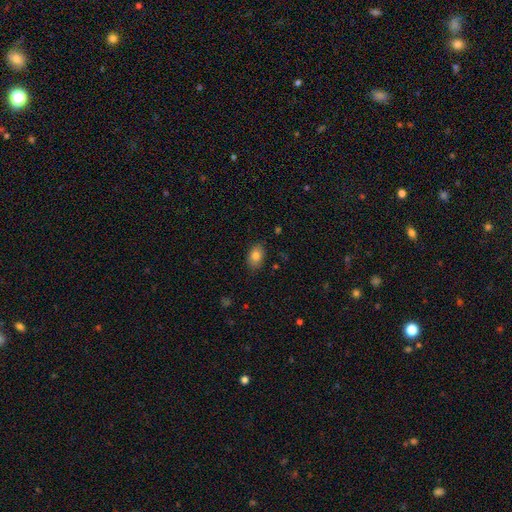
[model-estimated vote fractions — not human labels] Smooth or featured? Predicted: smooth (p=0.82). How rounded? Predicted: in between (p=0.85). Merging? Predicted: none (p=0.85).